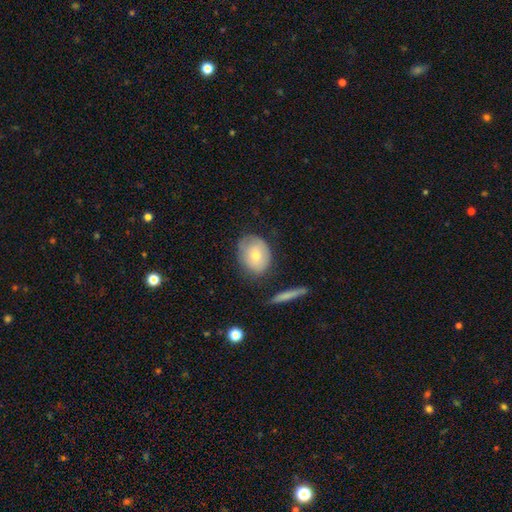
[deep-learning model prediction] Smooth or featured? Predicted: smooth (p=0.71). How rounded? Predicted: in between (p=0.56). Merging? Predicted: none (p=0.65).